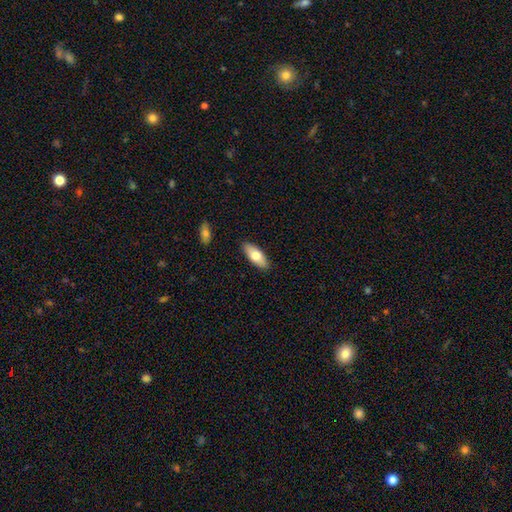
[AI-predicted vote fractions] A smooth galaxy with no disk features (72%) that is in between round and cigar-shaped (78%).

Vote fractions:
- Smooth or featured? smooth: 72% / featured or disk: 22% / star or artifact: 6%
- How rounded? in between: 78% / cigar-shaped: 20% / round: 2%
- Merging? none: 89% / minor disturbance: 8% / major disturbance: 2% / merger: 1%